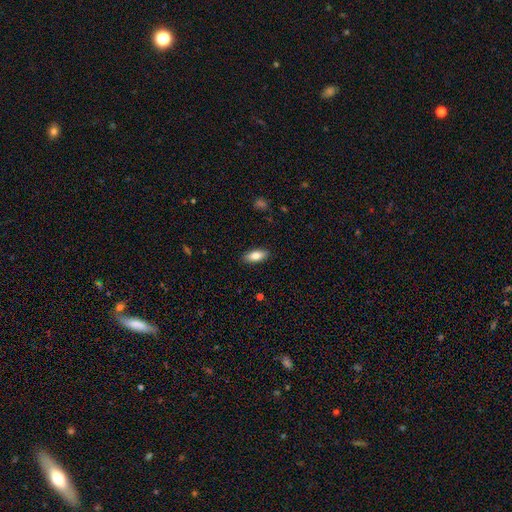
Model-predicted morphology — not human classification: type=smooth (81%); roundness=in between (81%); merging=none (89%).